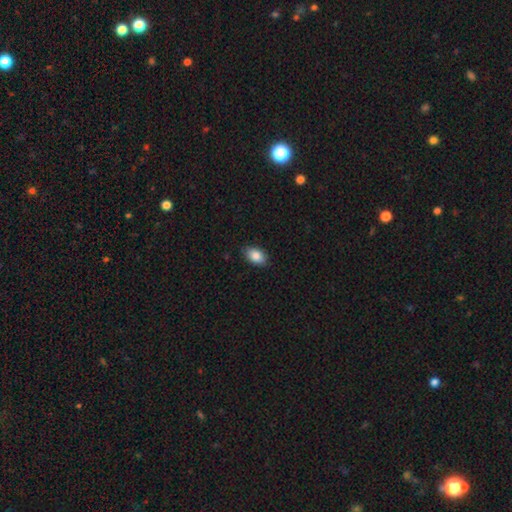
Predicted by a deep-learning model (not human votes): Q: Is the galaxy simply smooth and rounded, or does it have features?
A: smooth — 87%.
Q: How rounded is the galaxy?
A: in between — 90%.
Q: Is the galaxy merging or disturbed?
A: none — 85%.